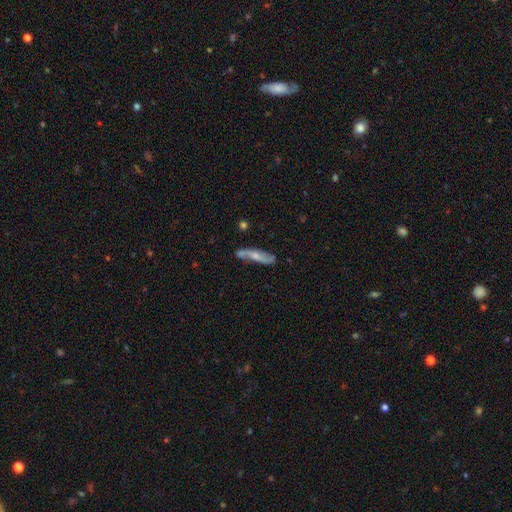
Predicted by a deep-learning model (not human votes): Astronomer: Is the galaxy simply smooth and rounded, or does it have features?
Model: featured or disk — 60%.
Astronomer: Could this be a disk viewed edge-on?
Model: no — 66%.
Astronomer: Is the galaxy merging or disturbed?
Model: none — 68%.